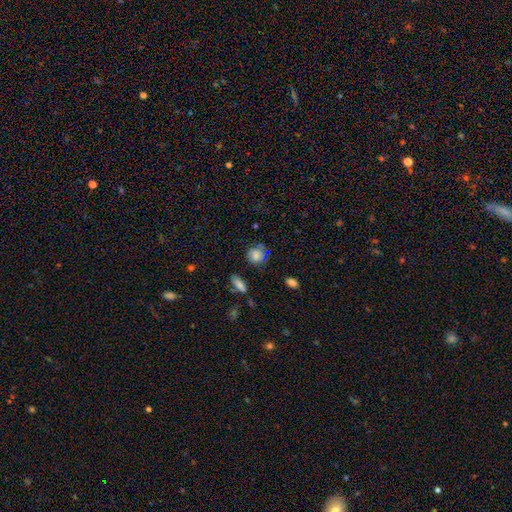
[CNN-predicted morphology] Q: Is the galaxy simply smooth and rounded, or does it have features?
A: smooth — 76%.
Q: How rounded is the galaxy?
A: round — 81%.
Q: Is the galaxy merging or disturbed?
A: none — 67%.